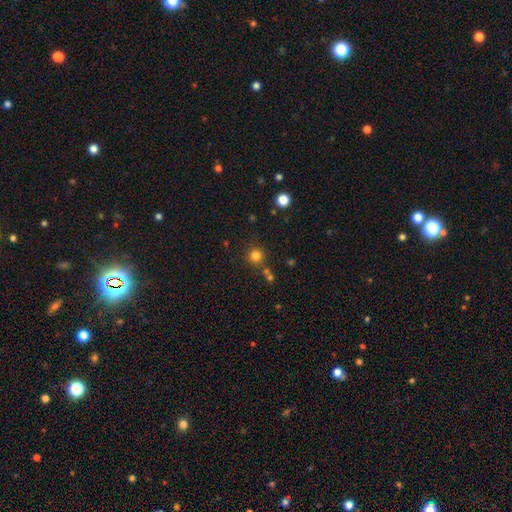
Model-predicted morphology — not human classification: This appears to be a smooth galaxy with no disk features (80%) that is round (94%). Merging: none (79%).